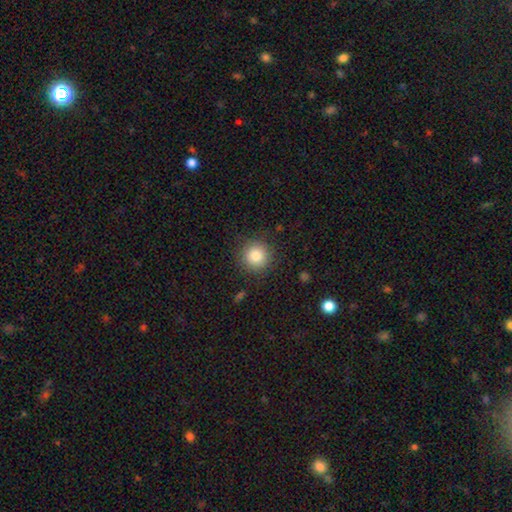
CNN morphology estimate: Q: Smooth or featured?
A: smooth (83%); runner-up: star or artifact (10%)
Q: How rounded?
A: round (94%); runner-up: in between (5%)
Q: Merging?
A: none (88%); runner-up: minor disturbance (8%)